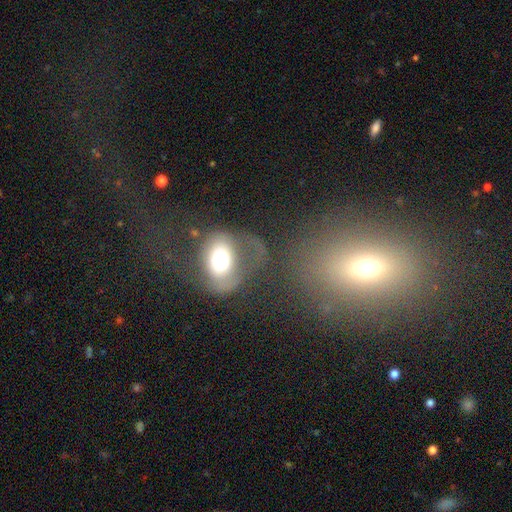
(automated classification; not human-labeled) Smooth or featured: smooth — 47% (featured or disk — 41%)
Merging: major disturbance — 37% (none — 30%)